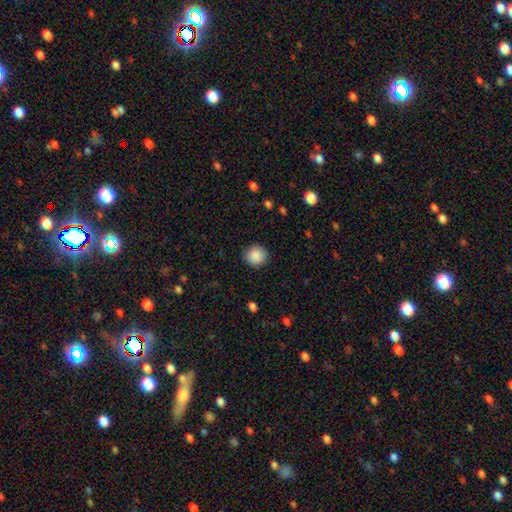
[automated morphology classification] A smooth galaxy with no disk features (89%) that is round (90%). Merging: none (89%).